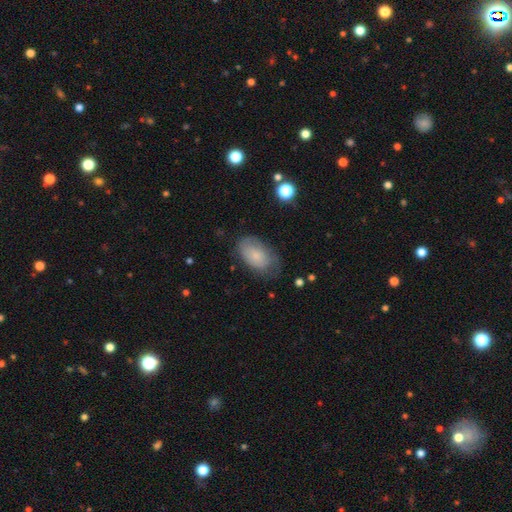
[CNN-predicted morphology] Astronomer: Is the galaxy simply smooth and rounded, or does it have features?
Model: smooth — 72%.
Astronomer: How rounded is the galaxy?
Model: in between — 92%.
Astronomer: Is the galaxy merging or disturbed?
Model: none — 62%.